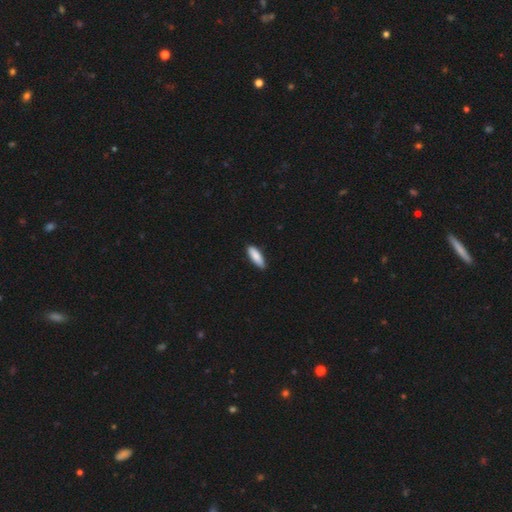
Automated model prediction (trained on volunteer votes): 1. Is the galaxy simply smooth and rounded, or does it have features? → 86% smooth, 8% featured or disk, 5% star or artifact.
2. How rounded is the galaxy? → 52% in between, 46% cigar-shaped, 2% round.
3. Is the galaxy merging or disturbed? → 87% none, 10% minor disturbance, 2% major disturbance, 1% merger.